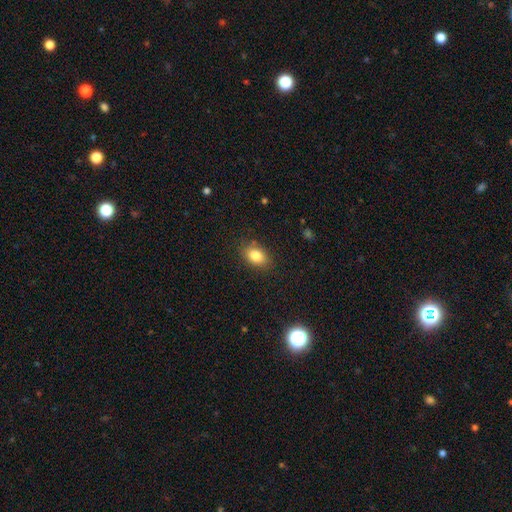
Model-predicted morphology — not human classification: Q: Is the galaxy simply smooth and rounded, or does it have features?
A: smooth — 83%.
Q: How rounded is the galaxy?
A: in between — 81%.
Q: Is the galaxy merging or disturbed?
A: none — 84%.